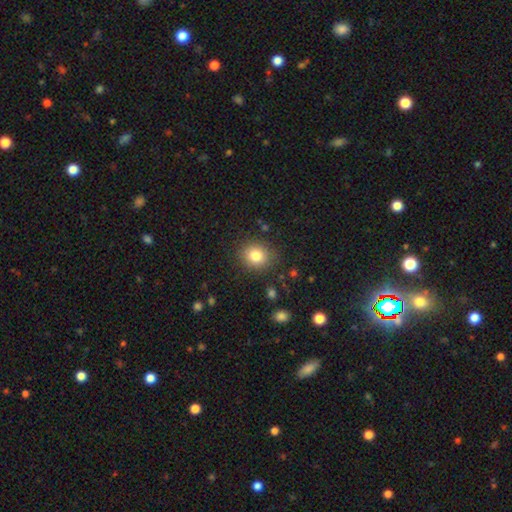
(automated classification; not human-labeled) smooth 81%, star or artifact 11%, featured or disk 7%. Down the decision tree: how rounded — round (72%); merging — none (86%).